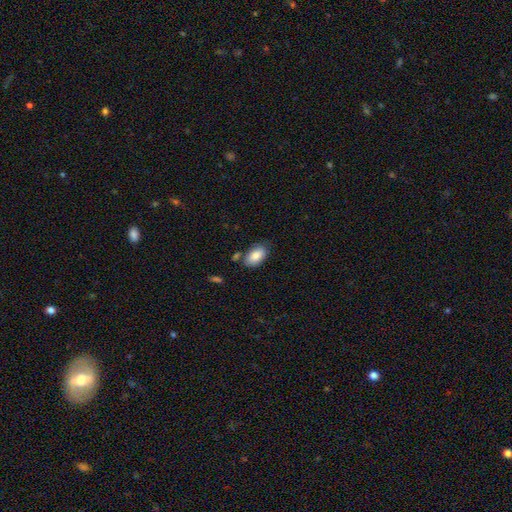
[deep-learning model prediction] Smooth or featured: smooth — 85% (featured or disk — 9%)
How rounded: in between — 93% (round — 5%)
Merging: none — 73% (minor disturbance — 17%)